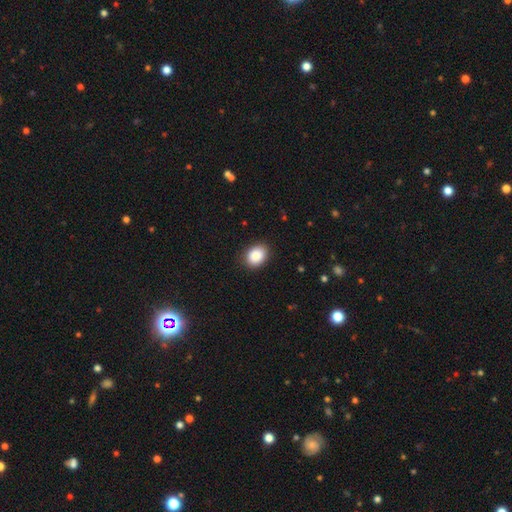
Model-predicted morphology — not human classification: Smooth or featured? smooth (88%)
How rounded? in between (64%)
Merging? none (88%)